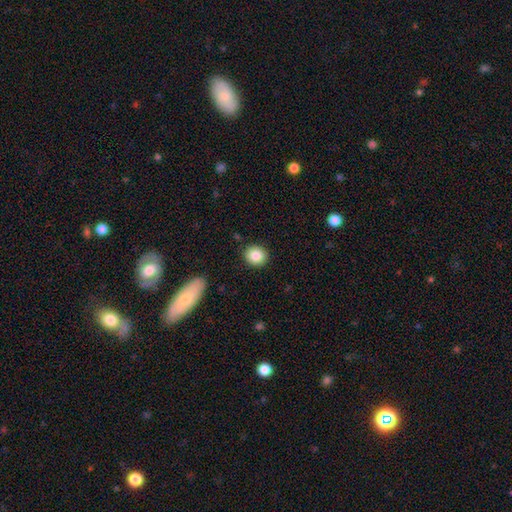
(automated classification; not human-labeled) The model was most divided on "how rounded": round: 82%, in between: 17%, cigar-shaped: 1%. More confident: merging — none (90%); smooth or featured — smooth (86%).